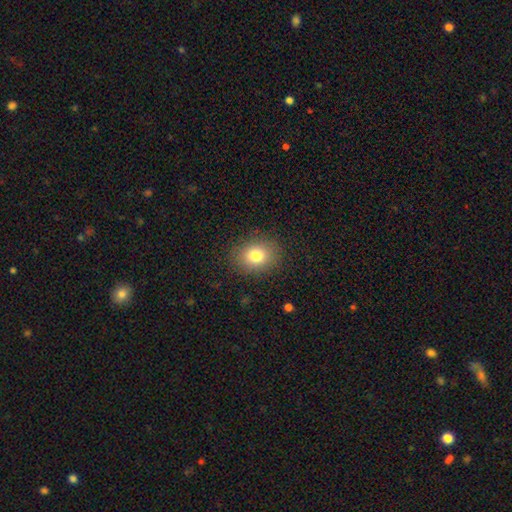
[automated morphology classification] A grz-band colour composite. It shows a smooth galaxy with no disk features (80%) that is round (55%). Merging: none (87%).